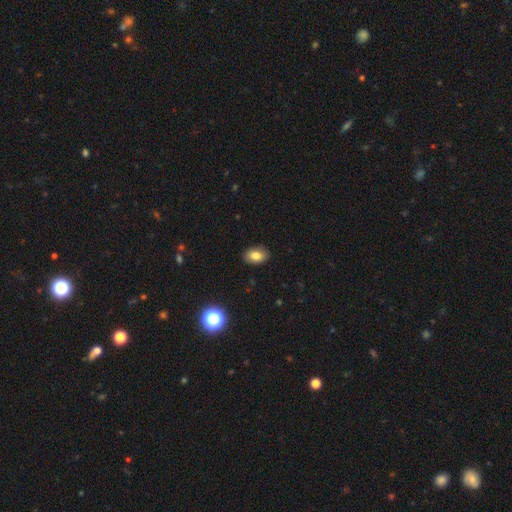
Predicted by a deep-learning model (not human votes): This is clearly a smooth galaxy (80%). How rounded: clearly in between (85%). Merging: clearly none (88%).